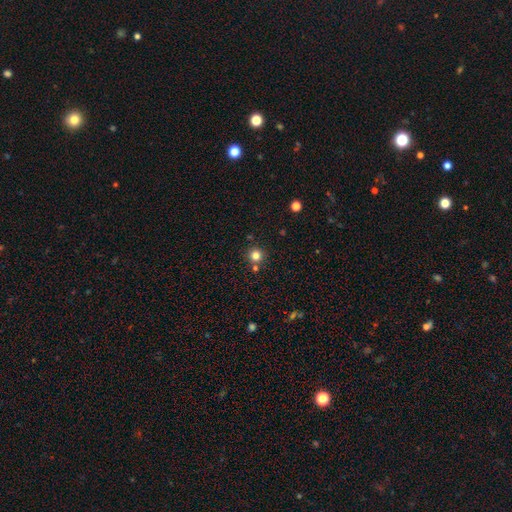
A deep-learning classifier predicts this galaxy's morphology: Smooth or featured?
  - smooth: 81% *
  - star or artifact: 14%
  - featured or disk: 6%
How rounded?
  - round: 94% *
  - in between: 5%
  - cigar-shaped: 1%
Merging?
  - none: 81% *
  - merger: 10%
  - minor disturbance: 7%
  - major disturbance: 2%